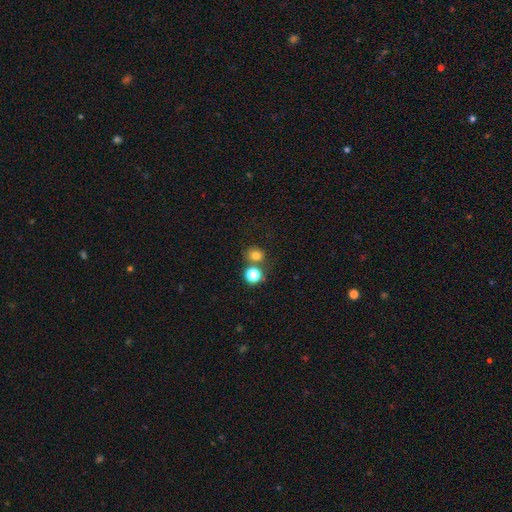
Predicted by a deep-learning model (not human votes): Overall: smooth (76%). How rounded: round (82%). Merging: none (66%).